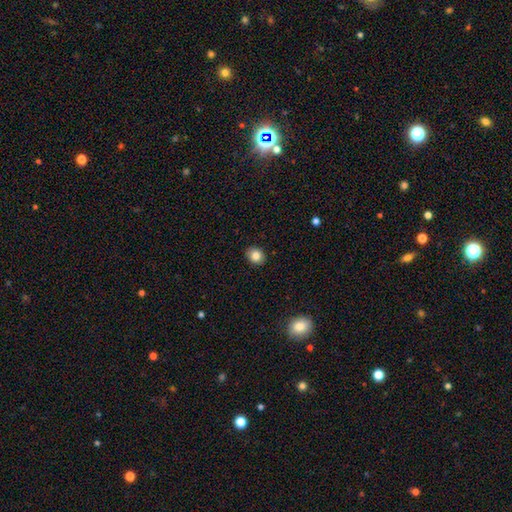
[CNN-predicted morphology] Q: Smooth or featured?
A: smooth (84%); runner-up: star or artifact (10%)
Q: How rounded?
A: round (63%); runner-up: in between (36%)
Q: Merging?
A: none (89%); runner-up: minor disturbance (8%)